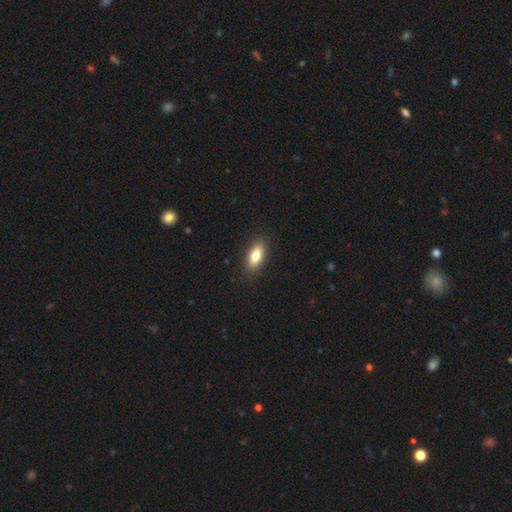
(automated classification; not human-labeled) Smooth or featured? smooth (76%)
How rounded? in between (79%)
Merging? none (88%)